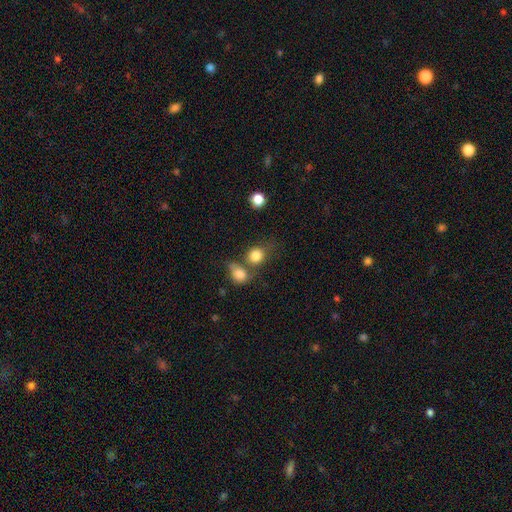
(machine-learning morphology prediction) Q: Smooth or featured?
A: smooth (83%); runner-up: star or artifact (10%)
Q: How rounded?
A: round (69%); runner-up: in between (30%)
Q: Merging?
A: none (45%); runner-up: merger (37%)